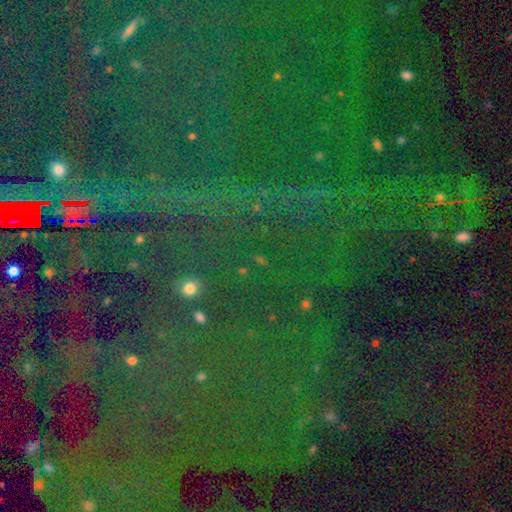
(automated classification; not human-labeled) A star or artifact, not a galaxy (85%).